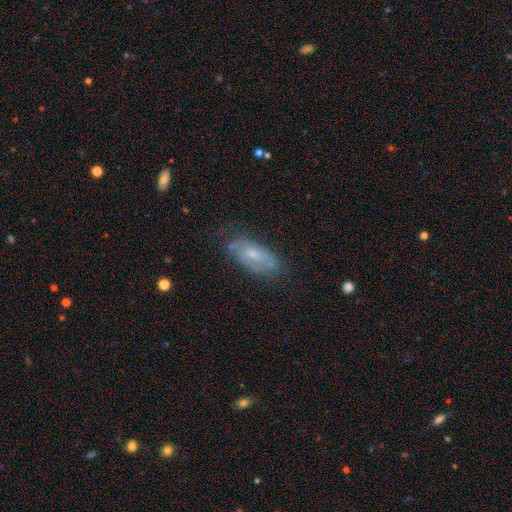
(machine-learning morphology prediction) This appears to be a featured or disk galaxy (50%). Merging: none (71%).